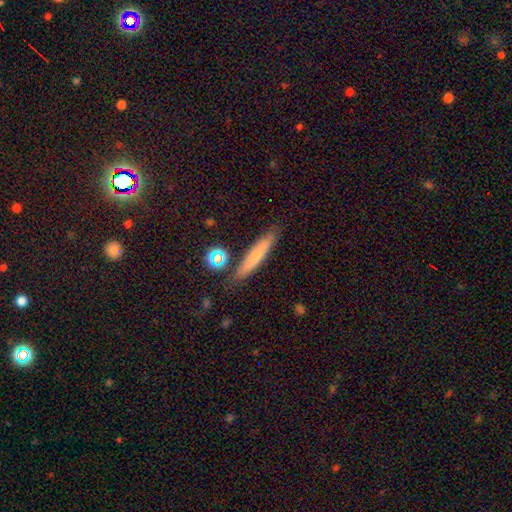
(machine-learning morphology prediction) A smooth galaxy with no disk features (66%) that is cigar-shaped (92%). Merging: none (83%).